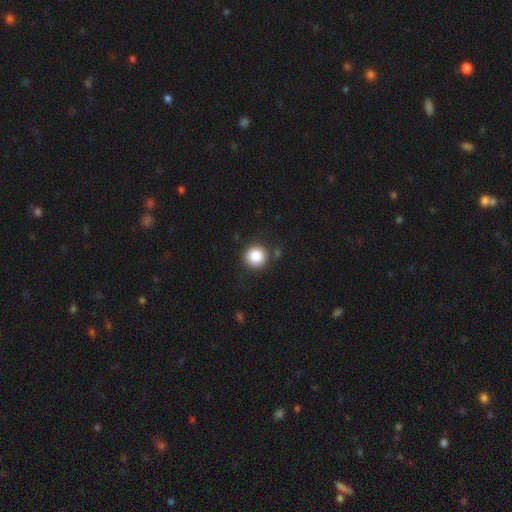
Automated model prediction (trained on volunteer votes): Morphology: type=smooth (86%); roundness=round (94%); merging=none (86%).